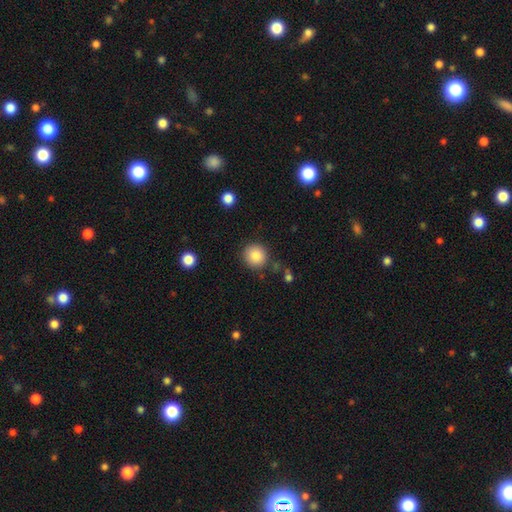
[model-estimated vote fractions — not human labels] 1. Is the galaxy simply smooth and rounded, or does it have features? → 86% smooth, 9% star or artifact, 5% featured or disk.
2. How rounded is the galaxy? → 92% round, 7% in between, 1% cigar-shaped.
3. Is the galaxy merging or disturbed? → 86% none, 8% minor disturbance, 3% major disturbance, 3% merger.